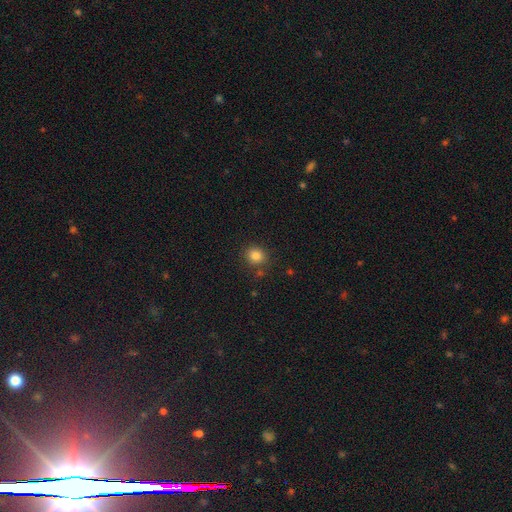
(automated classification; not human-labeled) A smooth galaxy with no disk features (83%) that is round (84%).

Vote fractions:
- Smooth or featured? smooth: 83% / star or artifact: 12% / featured or disk: 5%
- How rounded? round: 84% / in between: 15% / cigar-shaped: 1%
- Merging? none: 83% / minor disturbance: 9% / merger: 4% / major disturbance: 3%